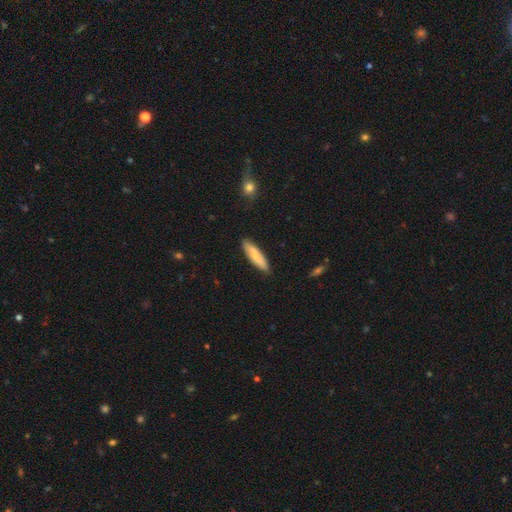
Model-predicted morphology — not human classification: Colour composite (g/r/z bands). It shows a smooth galaxy with no disk features (75%) that is cigar-shaped (71%). Merging: none (88%).